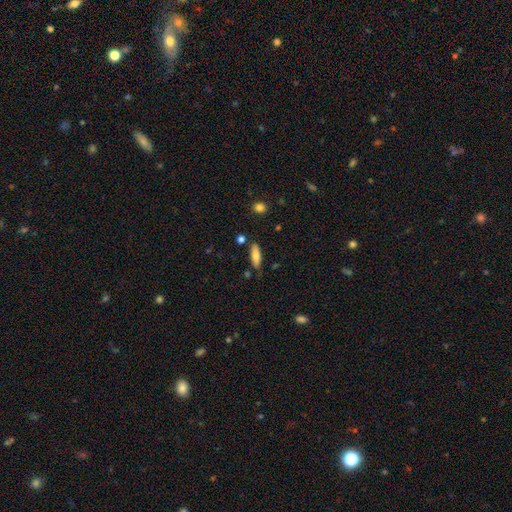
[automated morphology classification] Smooth or featured?
  - smooth: 76% *
  - featured or disk: 17%
  - star or artifact: 7%
How rounded?
  - cigar-shaped: 49% * (tied)
  - in between: 49% * (tied)
  - round: 2%
Merging?
  - none: 77% *
  - minor disturbance: 16%
  - merger: 4%
  - major disturbance: 3%